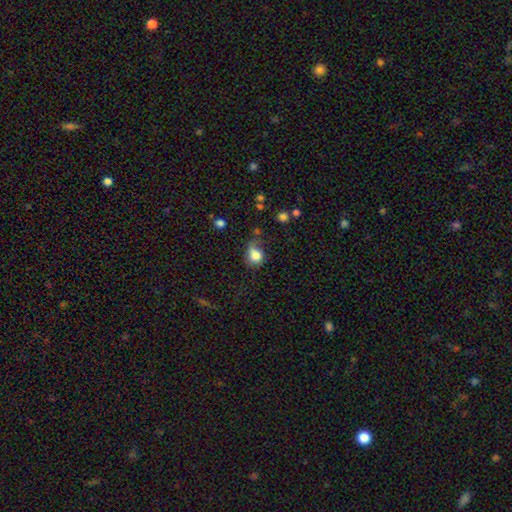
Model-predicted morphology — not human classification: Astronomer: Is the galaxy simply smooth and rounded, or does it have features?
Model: smooth — 78%.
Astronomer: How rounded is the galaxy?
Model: round — 55% (runner-up: in between, 44%).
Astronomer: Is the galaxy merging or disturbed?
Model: none — 36% (runner-up: minor disturbance, 34%).